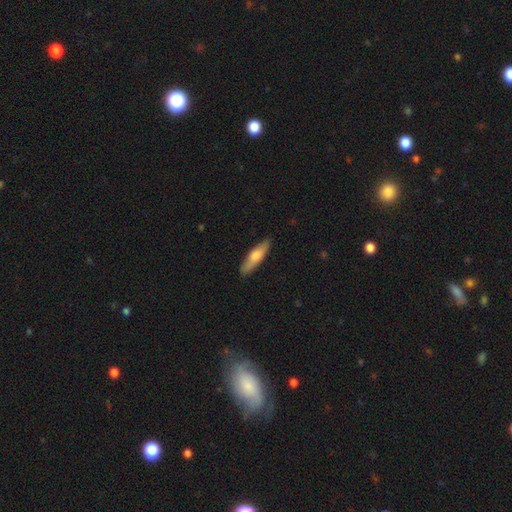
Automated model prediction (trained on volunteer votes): Overall: smooth (66%; featured or disk 29%). How rounded: cigar-shaped (69%; in between 29%). Merging: none (87%).